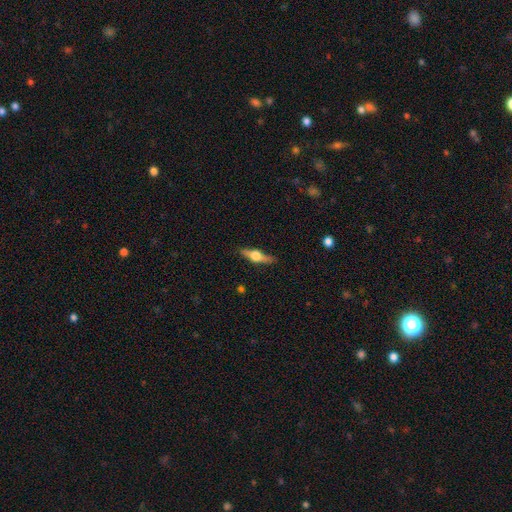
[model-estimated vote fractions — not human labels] This appears to be a featured or disk galaxy (66%) viewed edge-on (96%) with a rounded central bulge (95%). Merging: none (87%).